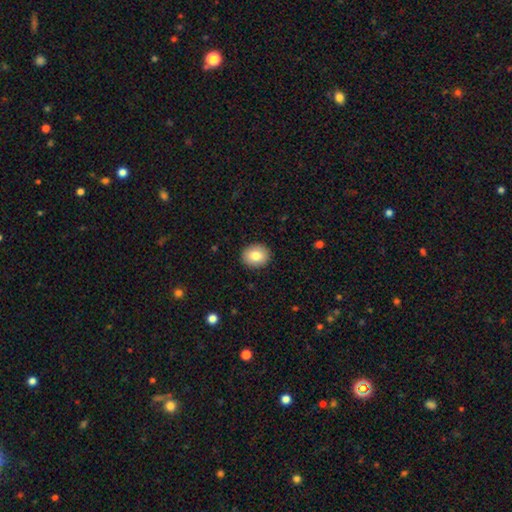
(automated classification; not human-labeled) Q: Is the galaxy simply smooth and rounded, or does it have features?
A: smooth — 81%.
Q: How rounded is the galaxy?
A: round — 65%.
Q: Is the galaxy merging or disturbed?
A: none — 91%.